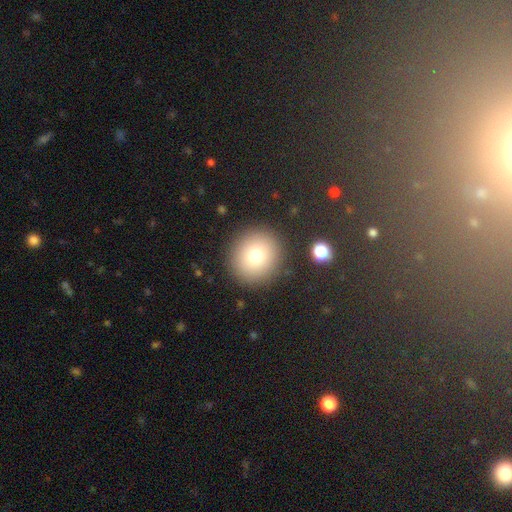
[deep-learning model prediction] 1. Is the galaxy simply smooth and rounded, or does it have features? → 79% smooth, 11% star or artifact, 10% featured or disk.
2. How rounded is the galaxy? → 90% round, 9% in between, 1% cigar-shaped.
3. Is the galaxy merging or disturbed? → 90% none, 6% minor disturbance, 2% major disturbance, 2% merger.